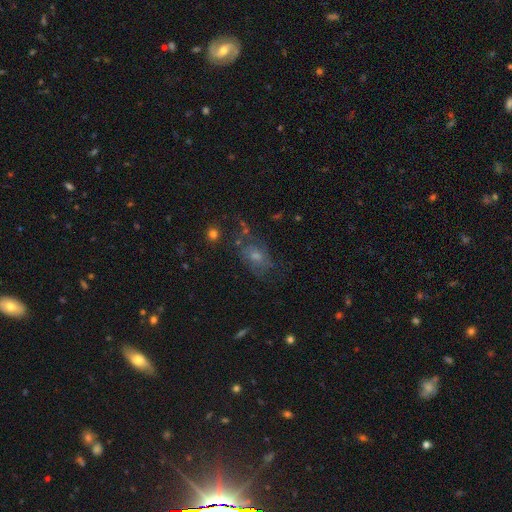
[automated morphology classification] Smooth or featured?
  - featured or disk: 43% *
  - smooth: 37%
  - star or artifact: 20%
Merging?
  - none: 51% *
  - minor disturbance: 24%
  - major disturbance: 19%
  - merger: 6%